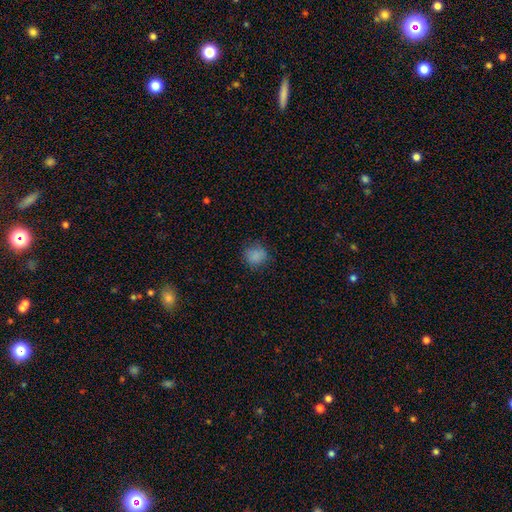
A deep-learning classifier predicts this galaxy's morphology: Q: Smooth or featured?
A: smooth (85%); runner-up: star or artifact (11%)
Q: How rounded?
A: round (82%); runner-up: in between (17%)
Q: Merging?
A: none (81%); runner-up: minor disturbance (14%)